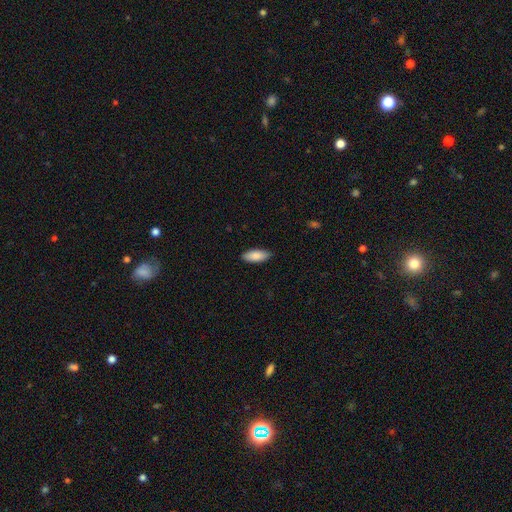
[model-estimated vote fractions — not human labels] smooth_or_featured: smooth (p=0.87) [alt: featured or disk p=0.08]
how_rounded: in between (p=0.80) [alt: cigar-shaped p=0.18]
merging: none (p=0.88) [alt: minor disturbance p=0.09]